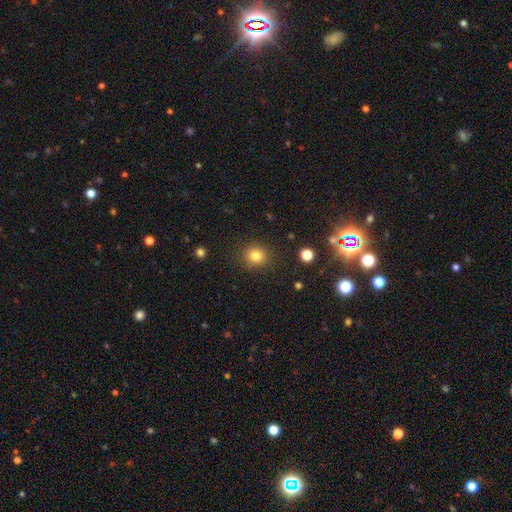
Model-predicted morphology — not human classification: Overall: smooth (82%). How rounded: round (81%). Merging: none (88%).